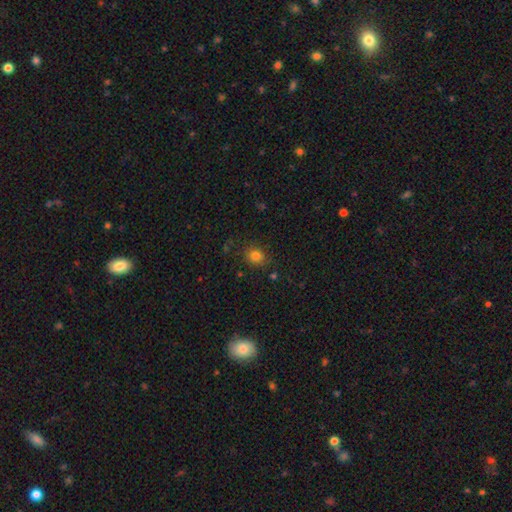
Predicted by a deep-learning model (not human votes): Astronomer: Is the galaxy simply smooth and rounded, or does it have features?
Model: smooth — 80%.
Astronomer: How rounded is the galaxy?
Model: round — 70%.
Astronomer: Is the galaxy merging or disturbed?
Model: none — 82%.